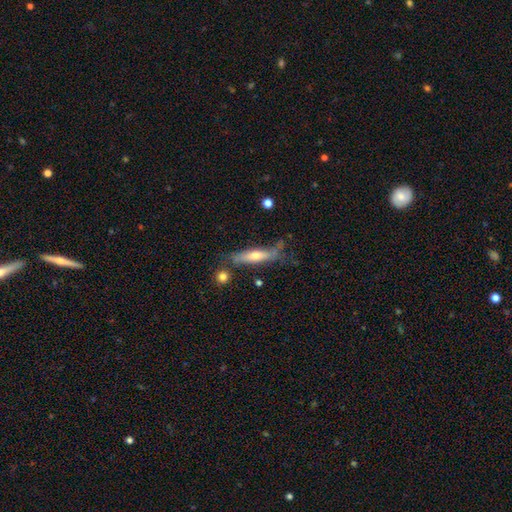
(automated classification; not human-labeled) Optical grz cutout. It shows a featured or disk galaxy (52%) viewed edge-on (80%). Merging: none (60%).